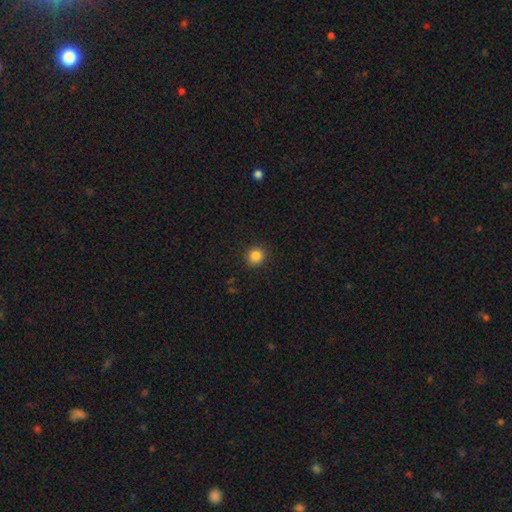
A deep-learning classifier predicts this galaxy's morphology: Q: Smooth or featured?
A: smooth (85%); runner-up: star or artifact (11%)
Q: How rounded?
A: round (87%); runner-up: in between (12%)
Q: Merging?
A: none (89%); runner-up: minor disturbance (8%)